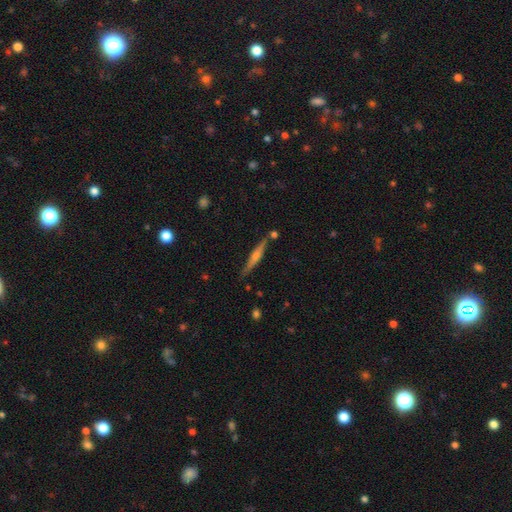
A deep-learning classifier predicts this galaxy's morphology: Smooth or featured? featured or disk (69%)
Edge-on disk? yes (97%)
Edge-on bulge? rounded (77%)
Merging? none (85%)